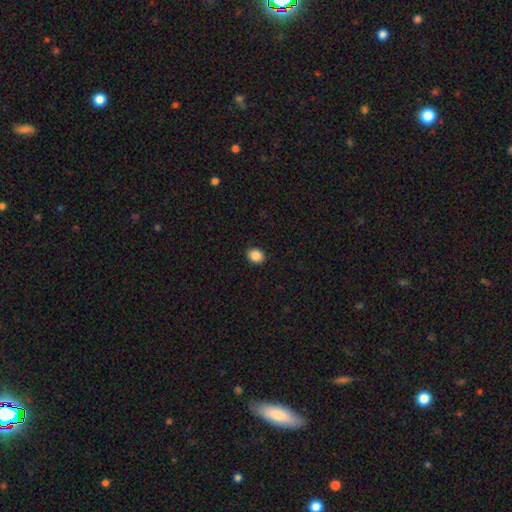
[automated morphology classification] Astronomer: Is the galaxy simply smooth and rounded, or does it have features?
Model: smooth — 87%.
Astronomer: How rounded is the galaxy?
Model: round — 54% (runner-up: in between, 45%).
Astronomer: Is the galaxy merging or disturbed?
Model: none — 91%.